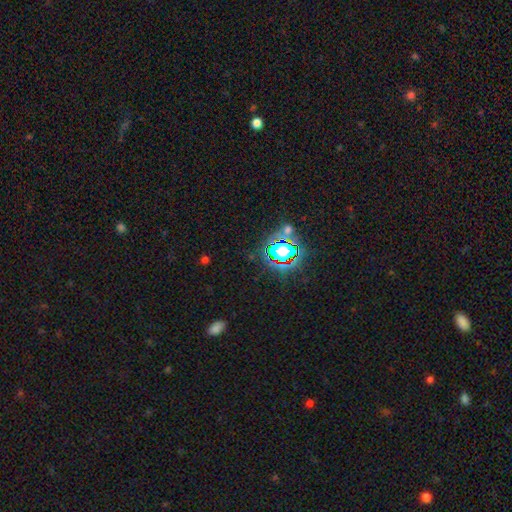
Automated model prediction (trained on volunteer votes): smooth-or-featured: star or artifact: 77% | smooth: 14% | featured or disk: 8%